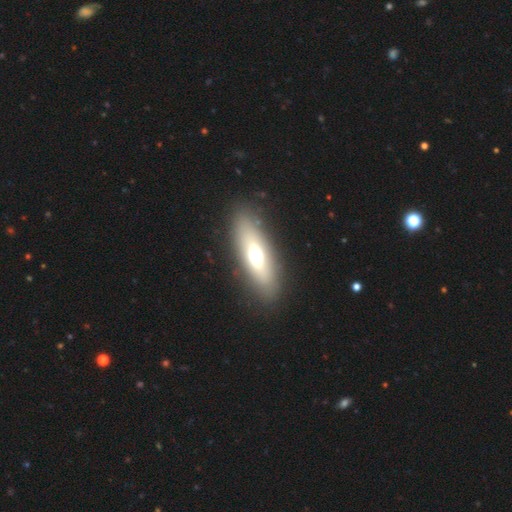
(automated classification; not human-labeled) A smooth galaxy with no disk features (51%) that is in between round and cigar-shaped (58%).

Vote fractions:
- Smooth or featured? smooth: 51% / featured or disk: 39% / star or artifact: 10%
- How rounded? in between: 58% / cigar-shaped: 36% / round: 5%
- Merging? none: 86% / minor disturbance: 8% / major disturbance: 4% / merger: 1%